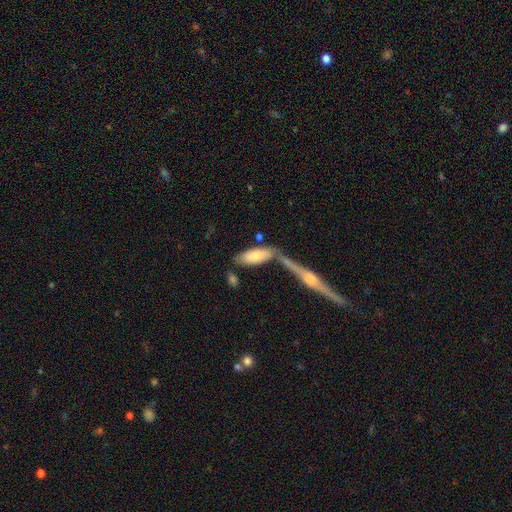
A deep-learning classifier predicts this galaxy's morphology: Smooth or featured?
  - smooth: 75% *
  - featured or disk: 19%
  - star or artifact: 6%
How rounded?
  - in between: 72% *
  - cigar-shaped: 26%
  - round: 2%
Merging?
  - none: 50% *
  - merger: 31%
  - minor disturbance: 14%
  - major disturbance: 5%